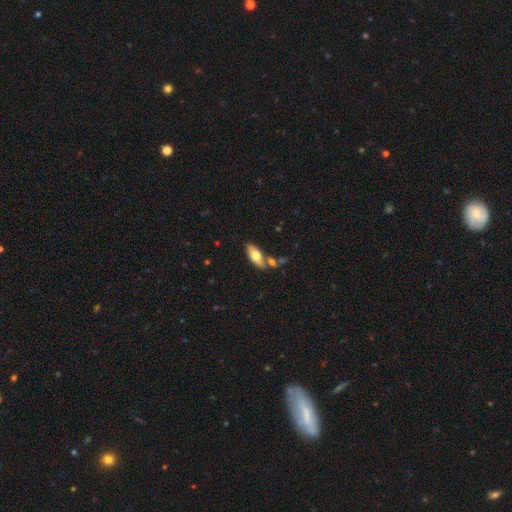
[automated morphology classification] Q: Smooth or featured?
A: smooth (63%); runner-up: featured or disk (32%)
Q: How rounded?
A: in between (78%); runner-up: cigar-shaped (19%)
Q: Merging?
A: none (64%); runner-up: merger (18%)